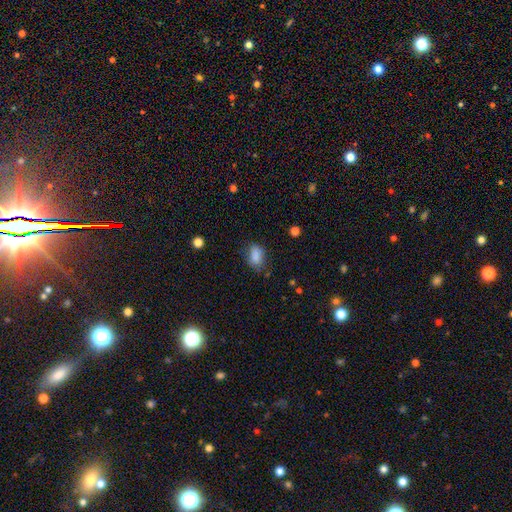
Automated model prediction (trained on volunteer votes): Smooth or featured? Predicted: smooth (p=0.85). How rounded? Predicted: in between (p=0.81). Merging? Predicted: none (p=0.67).